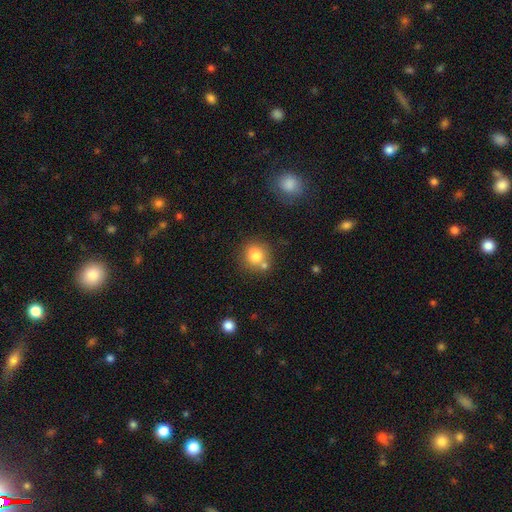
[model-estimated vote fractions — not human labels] Q: Smooth or featured?
A: smooth (73%); runner-up: featured or disk (15%)
Q: How rounded?
A: round (79%); runner-up: in between (19%)
Q: Merging?
A: none (55%); runner-up: merger (27%)